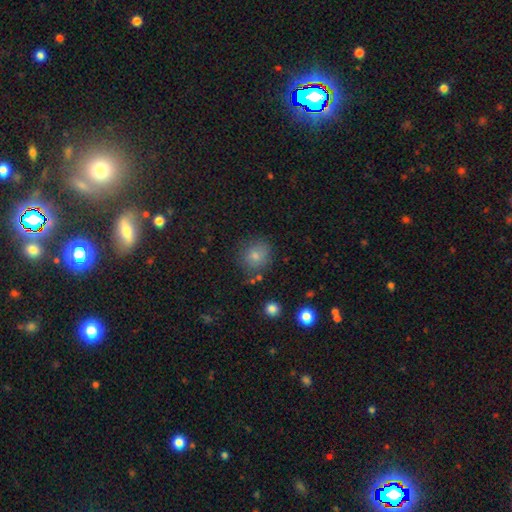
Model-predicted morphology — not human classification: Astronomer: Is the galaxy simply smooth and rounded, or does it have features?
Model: smooth — 79%.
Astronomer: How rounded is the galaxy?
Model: round — 84%.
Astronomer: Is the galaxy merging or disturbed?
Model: none — 75%.